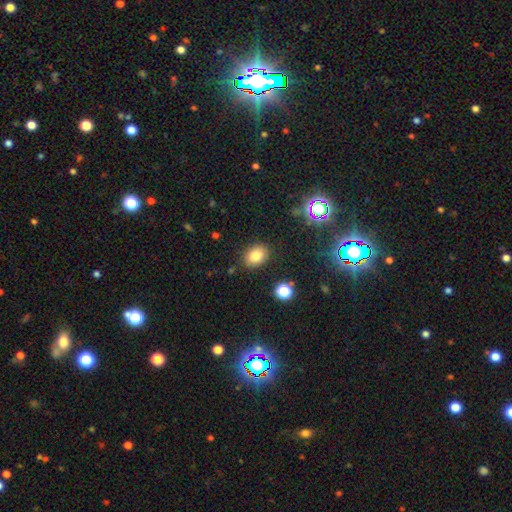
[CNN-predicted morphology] Smooth or featured? Predicted: smooth (p=0.82). How rounded? Predicted: in between (p=0.69). Merging? Predicted: none (p=0.85).